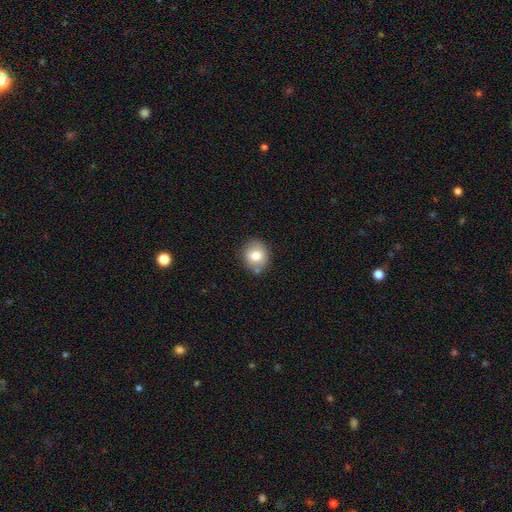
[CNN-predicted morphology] smooth 77%, featured or disk 14%, star or artifact 9%. Down the decision tree: how rounded — round (69%); merging — none (82%).